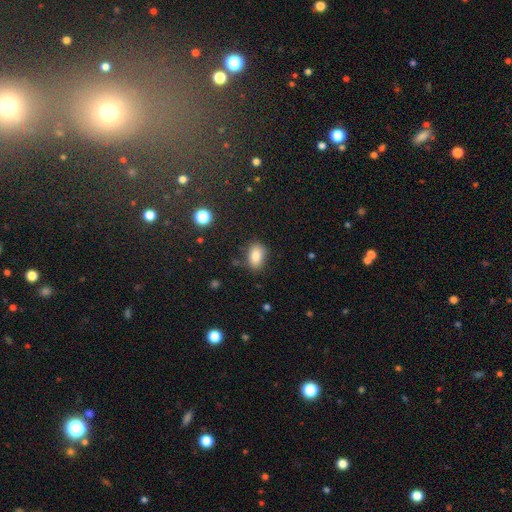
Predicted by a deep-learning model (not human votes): Q: Smooth or featured?
A: smooth (83%); runner-up: star or artifact (10%)
Q: How rounded?
A: in between (83%); runner-up: round (15%)
Q: Merging?
A: none (77%); runner-up: minor disturbance (16%)